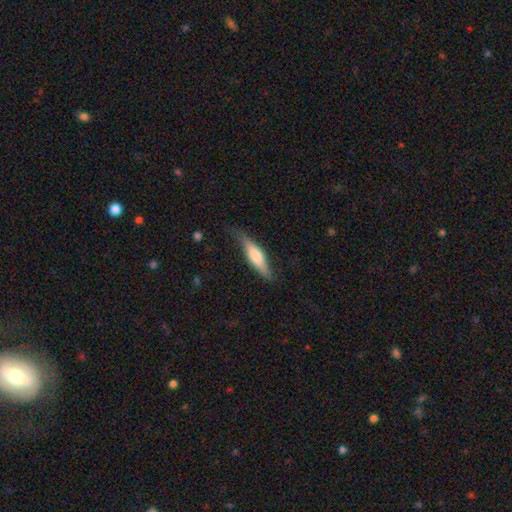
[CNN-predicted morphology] A smooth galaxy with no disk features (57%) that is cigar-shaped (70%).

Vote fractions:
- Smooth or featured? smooth: 57% / featured or disk: 38% / star or artifact: 5%
- How rounded? cigar-shaped: 70% / in between: 28% / round: 2%
- Merging? none: 69% / minor disturbance: 24% / major disturbance: 6% / merger: 1%